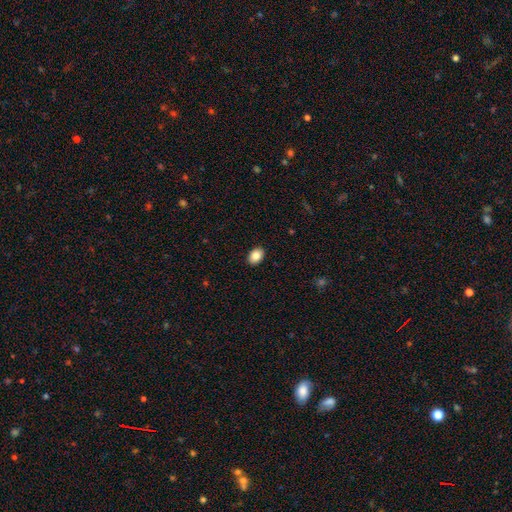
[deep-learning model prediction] Smooth or featured? Predicted: smooth (p=0.86). How rounded? Predicted: in between (p=0.77). Merging? Predicted: none (p=0.91).